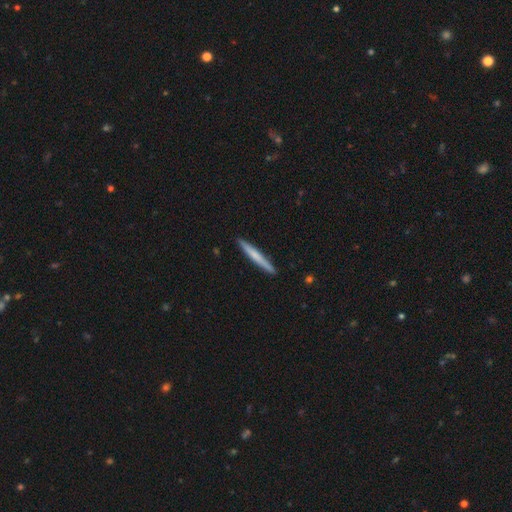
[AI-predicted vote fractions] smooth 56%, featured or disk 39%, star or artifact 5%. Down the decision tree: how rounded — cigar-shaped (97%); merging — none (92%).